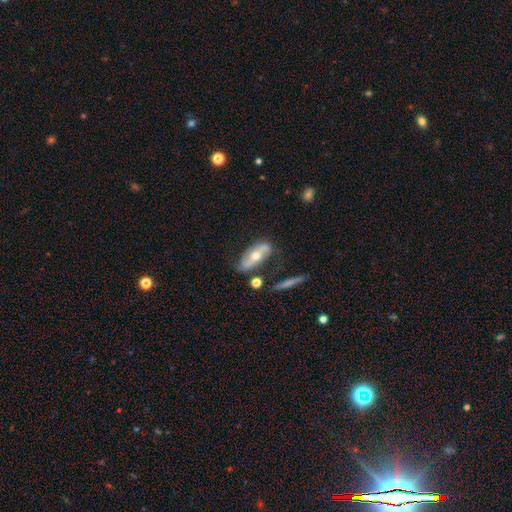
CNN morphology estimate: The model was most divided on "smooth or featured": featured or disk: 62%, smooth: 32%, star or artifact: 7%. More confident: edge-on disk — no (73%); merging — none (64%).